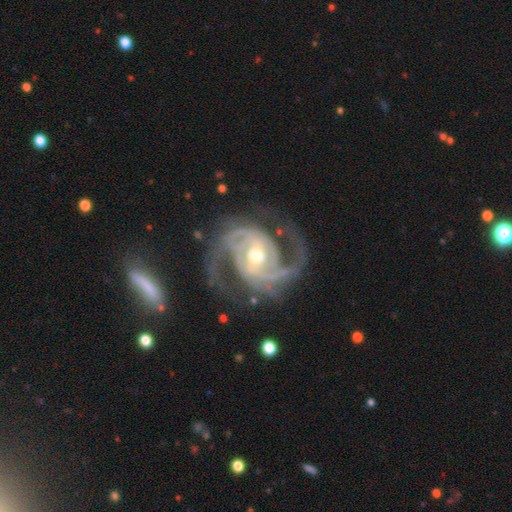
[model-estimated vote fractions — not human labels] Smooth or featured?
  - featured or disk: 94% *
  - star or artifact: 4%
  - smooth: 3%
Edge-on disk?
  - no: 98% *
  - yes: 2%
Bar?
  - no: 39% *
  - weak: 38%
  - strong: 23%
Spiral arms?
  - yes: 98% *
  - no: 2%
Spiral winding?
  - medium: 52% *
  - tight: 38%
  - loose: 10%
Spiral arm count?
  - 2: 70% *
  - 3: 16%
  - can't tell: 5%
  - 4: 3%
  - 1: 3%
  - more than 4: 3%
Bulge size?
  - moderate: 69% *
  - small: 24%
  - large: 6%
  - none: 1%
  - dominant: 1%
Merging?
  - none: 69% *
  - minor disturbance: 17%
  - major disturbance: 11%
  - merger: 3%